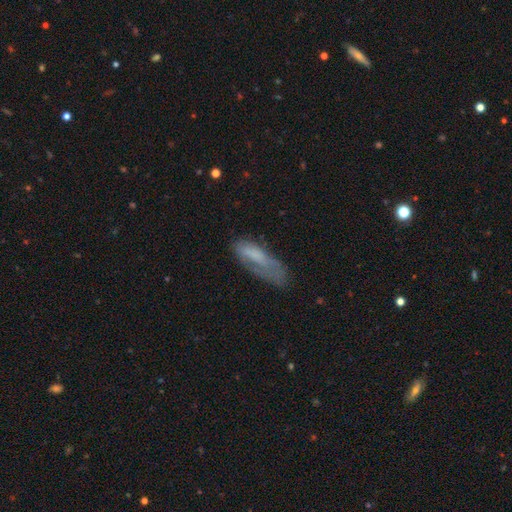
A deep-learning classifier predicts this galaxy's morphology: type=smooth (61%); roundness=in between (52%); merging=none (37%).